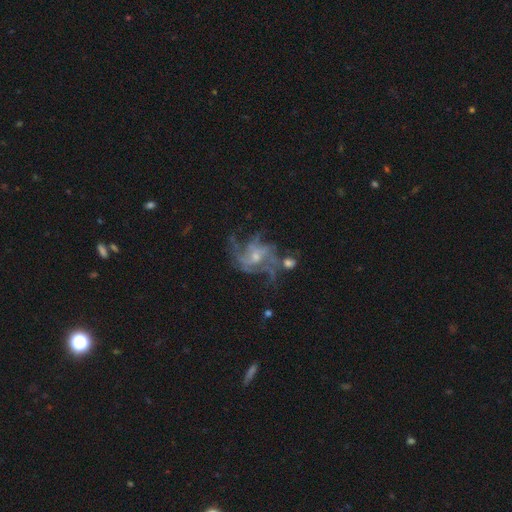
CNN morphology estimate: smooth_or_featured: featured or disk (p=0.84) [alt: star or artifact p=0.10]
disk_edge_on: no (p=0.98) [alt: yes p=0.02]
bar: no (p=0.58) [alt: weak p=0.34]
has_spiral_arms: yes (p=0.93) [alt: no p=0.07]
spiral_winding: medium (p=0.46) [alt: loose p=0.29]
spiral_arm_count: 3 (p=0.27) [alt: 4 p=0.22]
bulge_size: small (p=0.60) [alt: moderate p=0.32]
merging: none (p=0.55) [alt: major disturbance p=0.21]